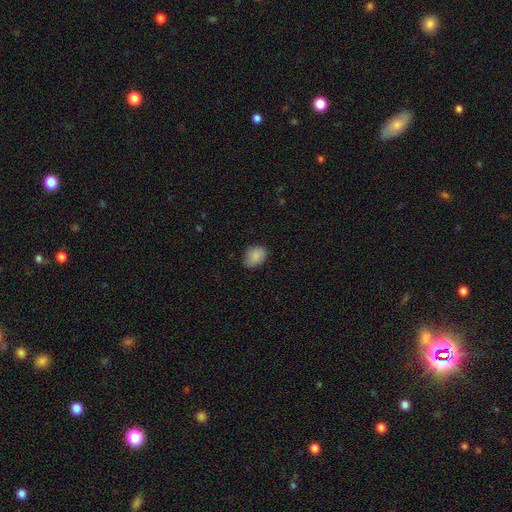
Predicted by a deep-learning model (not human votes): Smooth or featured? Predicted: smooth (p=0.87). How rounded? Predicted: in between (p=0.64). Merging? Predicted: none (p=0.74).